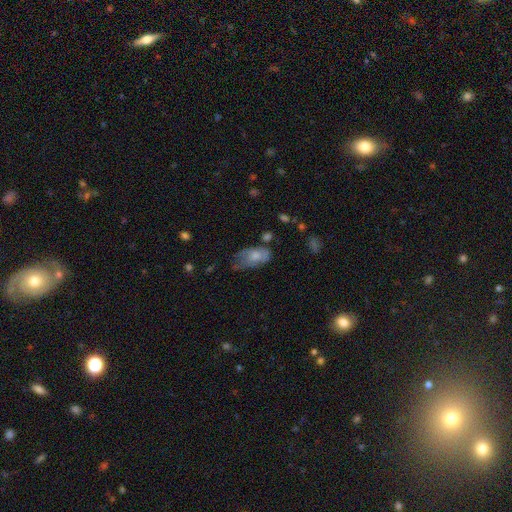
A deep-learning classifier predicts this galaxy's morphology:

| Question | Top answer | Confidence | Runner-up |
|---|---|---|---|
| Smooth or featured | smooth | 62% | featured or disk (30%) |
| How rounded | in between | 91% | round (6%) |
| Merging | minor disturbance | 38% | none (33%) |